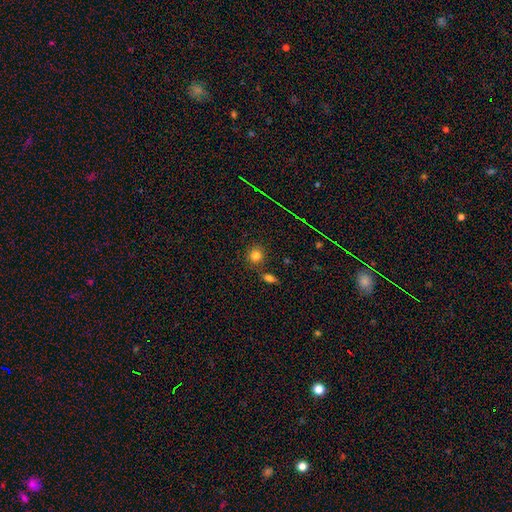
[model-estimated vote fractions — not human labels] This is likely a smooth galaxy (79%). How rounded: clearly round (84%). Merging: likely none (76%).